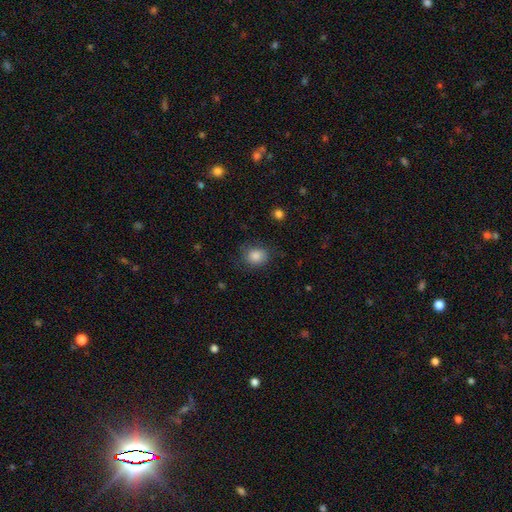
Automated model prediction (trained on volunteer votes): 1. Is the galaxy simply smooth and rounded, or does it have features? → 84% smooth, 9% star or artifact, 6% featured or disk.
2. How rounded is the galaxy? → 55% round, 44% in between, 1% cigar-shaped.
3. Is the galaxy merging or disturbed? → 76% none, 18% minor disturbance, 5% major disturbance, 1% merger.